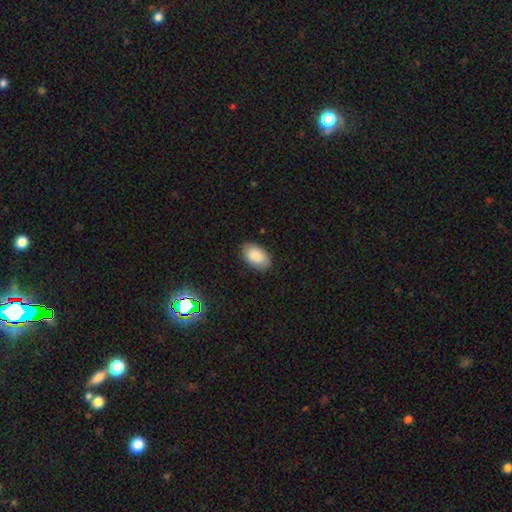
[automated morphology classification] smooth-or-featured: smooth: 87% | star or artifact: 7% | featured or disk: 6%
  how-rounded: in between: 93% | round: 6% | cigar-shaped: 1%
  merging: none: 85% | minor disturbance: 12% | major disturbance: 3% | merger: 1%